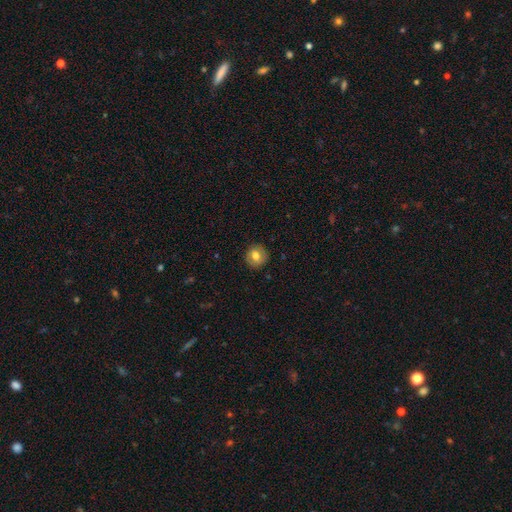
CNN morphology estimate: smooth-or-featured: smooth: 71% | featured or disk: 21% | star or artifact: 9%
  how-rounded: round: 91% | in between: 8% | cigar-shaped: 1%
  merging: none: 88% | minor disturbance: 9% | major disturbance: 2% | merger: 1%